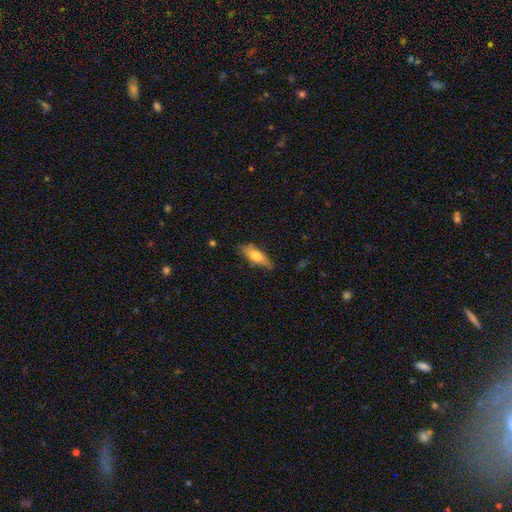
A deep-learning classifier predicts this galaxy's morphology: A smooth galaxy with no disk features (67%) that is in between round and cigar-shaped (50%).

Vote fractions:
- Smooth or featured? smooth: 67% / featured or disk: 27% / star or artifact: 6%
- How rounded? in between: 50% / cigar-shaped: 48% / round: 2%
- Merging? none: 69% / minor disturbance: 24% / major disturbance: 5% / merger: 2%